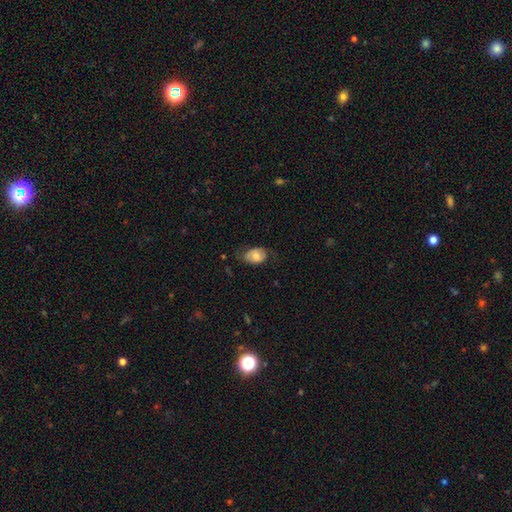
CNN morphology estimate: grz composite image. It shows a smooth galaxy with no disk features (66%) that is in between round and cigar-shaped (84%). Merging: none (56%).